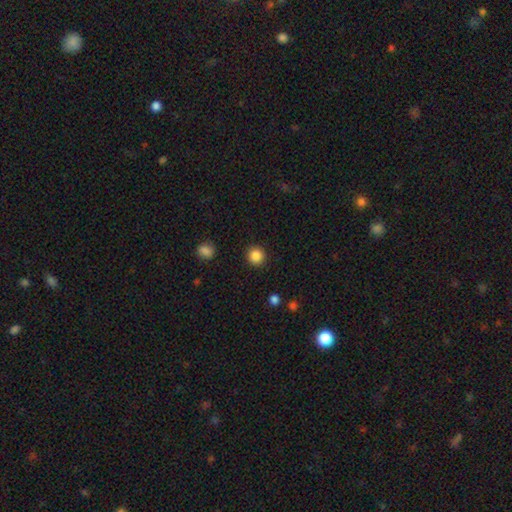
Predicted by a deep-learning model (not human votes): This is clearly a smooth galaxy (86%). How rounded: clearly round (94%). Merging: clearly none (92%).